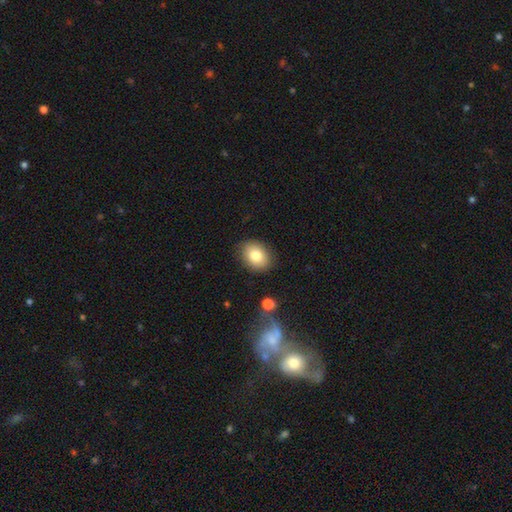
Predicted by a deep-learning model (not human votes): Overall: smooth (80%). How rounded: in between (64%; round 35%). Merging: none (85%).